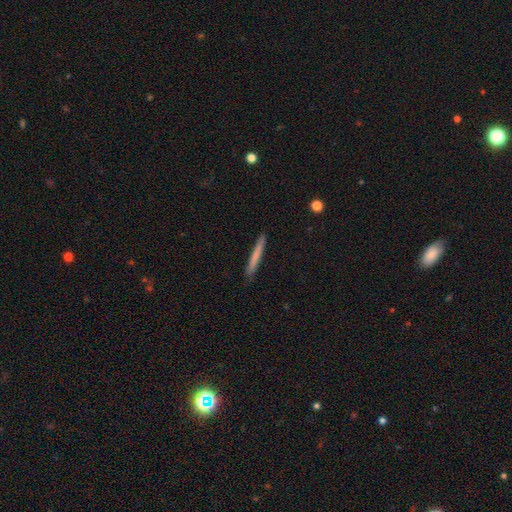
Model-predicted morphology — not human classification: The model was most divided on "smooth or featured": smooth: 69%, featured or disk: 26%, star or artifact: 6%. More confident: how rounded — cigar-shaped (97%); merging — none (90%).